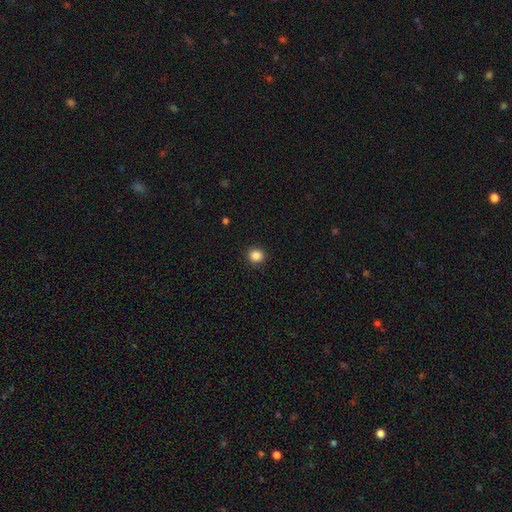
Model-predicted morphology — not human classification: Overall: smooth (86%). How rounded: round (91%). Merging: none (92%).